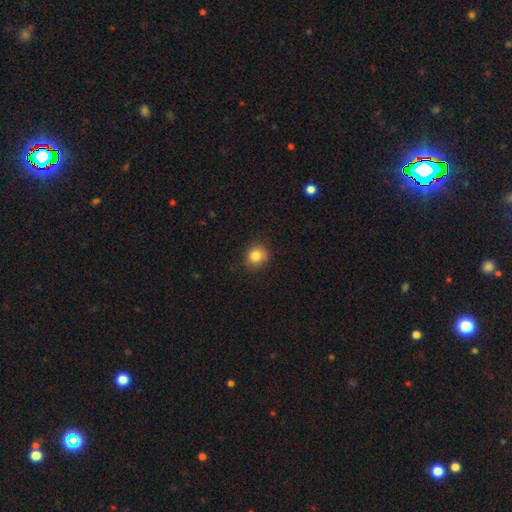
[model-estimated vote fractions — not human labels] Smooth or featured?
  - smooth: 83% *
  - star or artifact: 11%
  - featured or disk: 7%
How rounded?
  - round: 81% *
  - in between: 18%
  - cigar-shaped: 1%
Merging?
  - none: 79% *
  - minor disturbance: 17%
  - major disturbance: 3%
  - merger: 1%